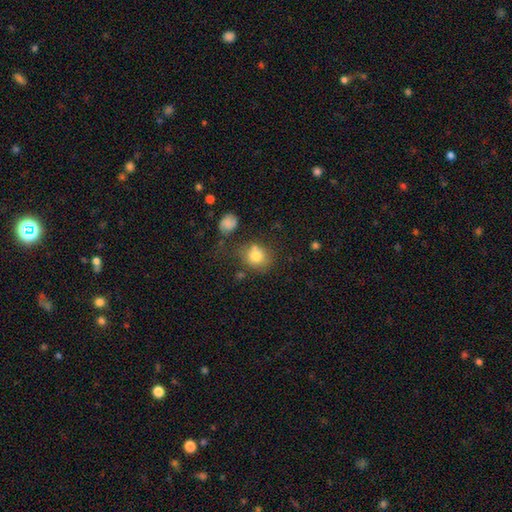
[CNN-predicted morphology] A smooth galaxy with no disk features (78%) that is round (70%).

Vote fractions:
- Smooth or featured? smooth: 78% / featured or disk: 11% / star or artifact: 11%
- How rounded? round: 70% / in between: 29% / cigar-shaped: 1%
- Merging? none: 62% / minor disturbance: 19% / merger: 11% / major disturbance: 8%